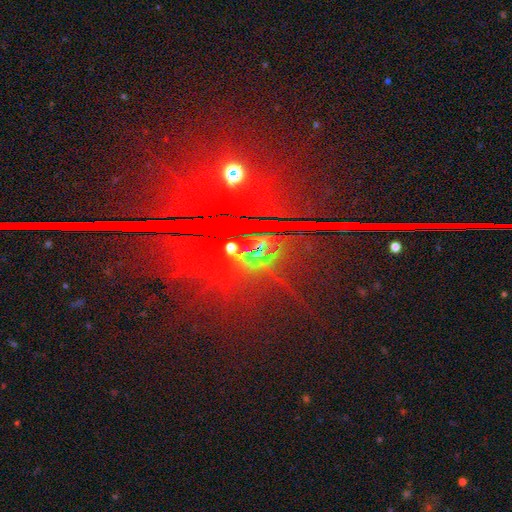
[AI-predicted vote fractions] Morphology: type=star or artifact (79%).